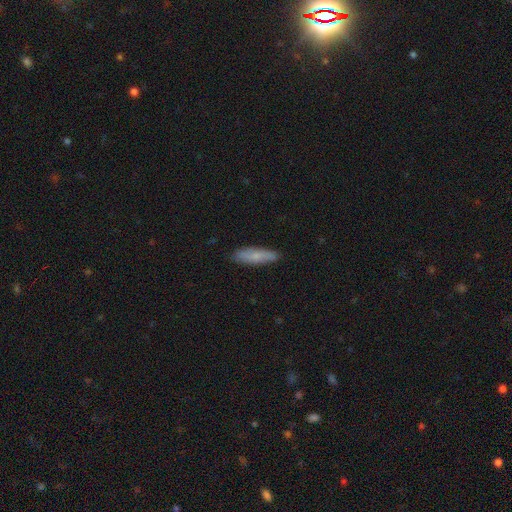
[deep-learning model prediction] Q: Smooth or featured?
A: smooth (74%); runner-up: featured or disk (20%)
Q: How rounded?
A: cigar-shaped (70%); runner-up: in between (28%)
Q: Merging?
A: none (86%); runner-up: minor disturbance (11%)